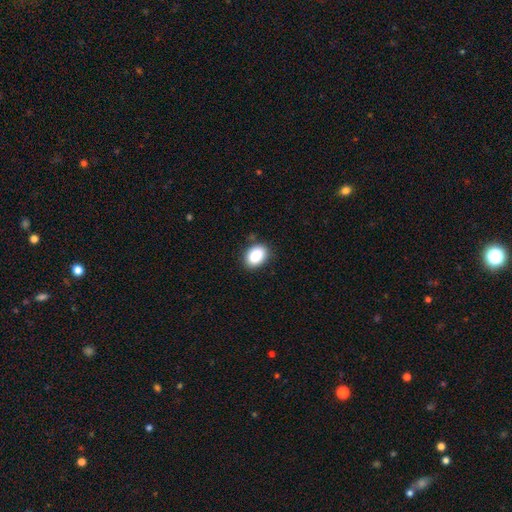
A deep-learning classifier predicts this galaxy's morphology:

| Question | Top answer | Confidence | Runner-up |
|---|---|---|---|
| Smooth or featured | smooth | 87% | star or artifact (8%) |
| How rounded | in between | 78% | round (20%) |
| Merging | none | 85% | minor disturbance (11%) |